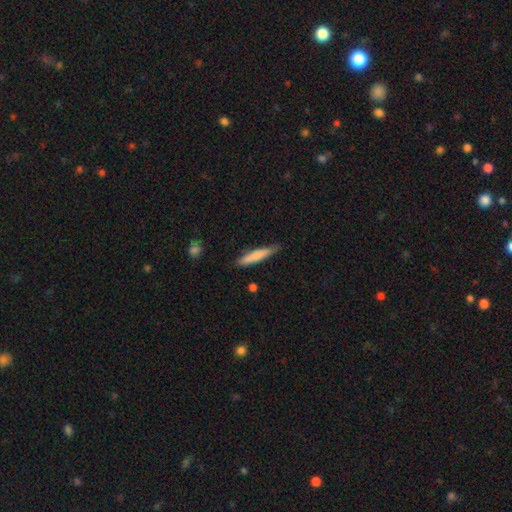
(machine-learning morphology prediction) Overall: smooth (77%). How rounded: cigar-shaped (90%). Merging: none (79%).